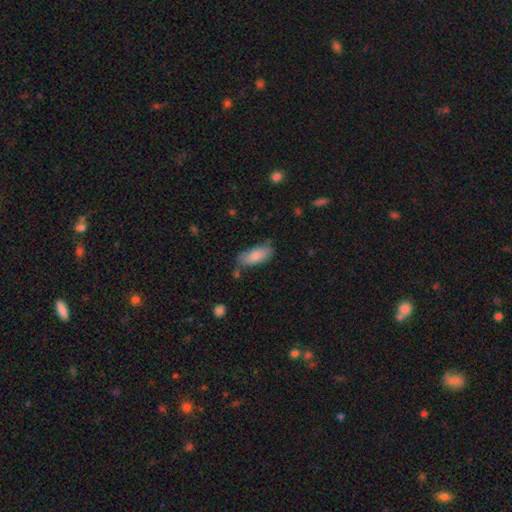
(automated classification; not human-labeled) The model was most divided on "merging": none: 63%, minor disturbance: 26%, major disturbance: 6%, merger: 5%. More confident: smooth or featured — smooth (84%); how rounded — in between (82%).